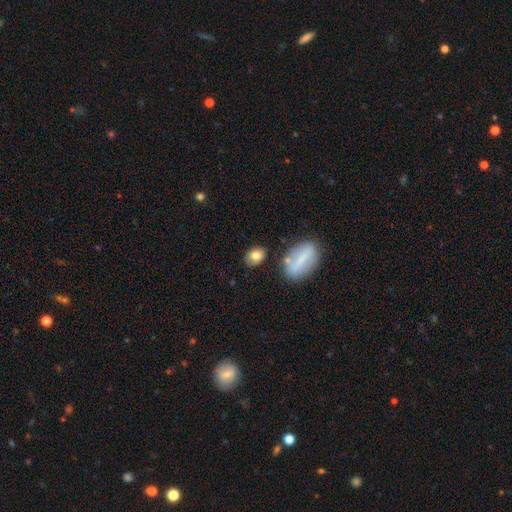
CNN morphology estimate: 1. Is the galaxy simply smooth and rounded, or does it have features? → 77% smooth, 14% featured or disk, 8% star or artifact.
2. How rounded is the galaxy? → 75% in between, 22% round, 2% cigar-shaped.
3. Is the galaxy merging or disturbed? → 74% none, 14% minor disturbance, 7% merger, 4% major disturbance.